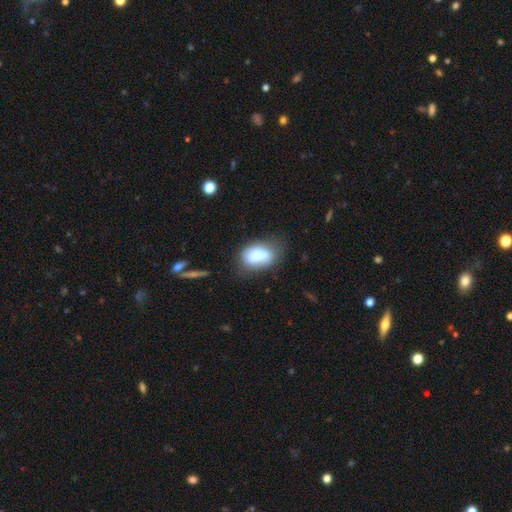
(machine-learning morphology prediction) Smooth or featured? Predicted: smooth (p=0.74). How rounded? Predicted: in between (p=0.87). Merging? Predicted: none (p=0.46).